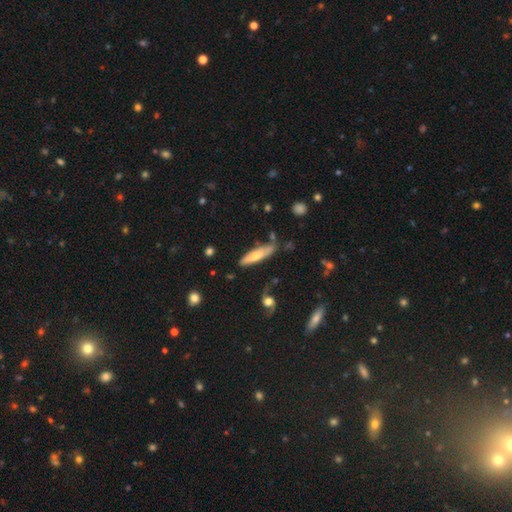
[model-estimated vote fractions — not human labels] smooth-or-featured: smooth: 60% | featured or disk: 34% | star or artifact: 6%
  how-rounded: cigar-shaped: 69% | in between: 29% | round: 2%
  merging: none: 61% | minor disturbance: 25% | merger: 8% | major disturbance: 7%